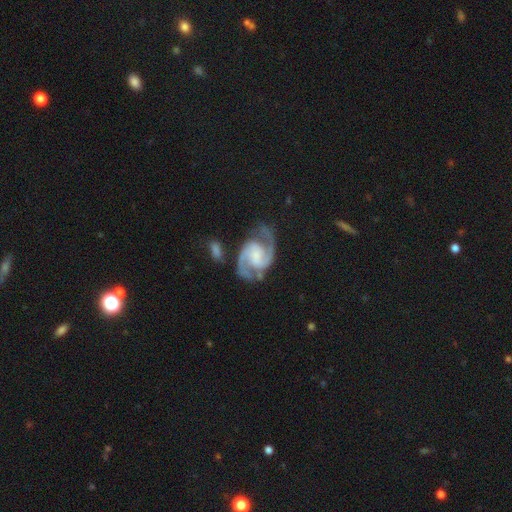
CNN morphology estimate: Q: Smooth or featured?
A: featured or disk (92%); runner-up: star or artifact (4%)
Q: Edge-on disk?
A: no (98%); runner-up: yes (2%)
Q: Bar?
A: no (45%); runner-up: weak (41%)
Q: Spiral arms?
A: yes (98%); runner-up: no (2%)
Q: Spiral winding?
A: medium (62%); runner-up: tight (24%)
Q: Spiral arm count?
A: 2 (93%); runner-up: 3 (2%)
Q: Bulge size?
A: small (37%); runner-up: moderate (27%)
Q: Merging?
A: none (71%); runner-up: minor disturbance (17%)